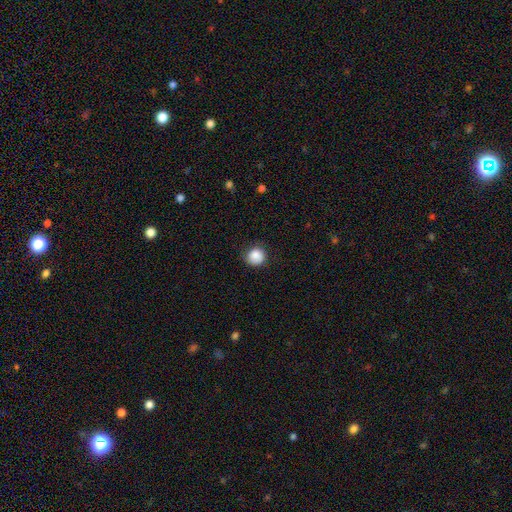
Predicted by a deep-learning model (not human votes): Smooth or featured: smooth — 87% (star or artifact — 9%)
How rounded: round — 90% (in between — 9%)
Merging: none — 77% (minor disturbance — 18%)